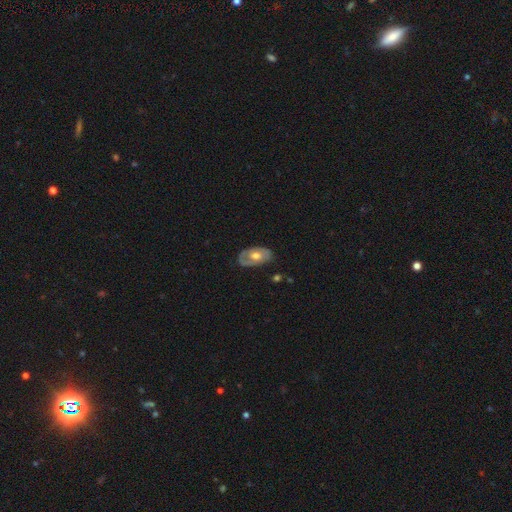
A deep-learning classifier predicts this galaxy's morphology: smooth-or-featured: featured or disk: 56% | smooth: 39% | star or artifact: 5%
  disk-edge-on: no: 90% | yes: 10%
  merging: none: 73% | minor disturbance: 20% | major disturbance: 6% | merger: 2%